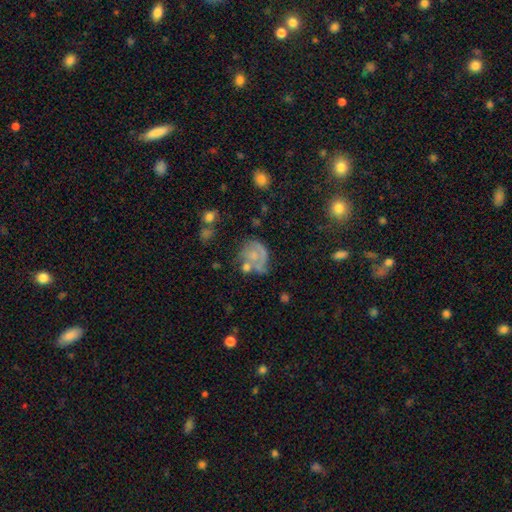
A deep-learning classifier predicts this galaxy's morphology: Smooth or featured: featured or disk — 53% (smooth — 35%)
Edge-on disk: no — 98% (yes — 2%)
Bar: no — 80% (weak — 17%)
Spiral arms: yes — 59% (no — 41%)
Bulge size: small — 36% (none — 30%)
Merging: none — 36% (major disturbance — 25%)